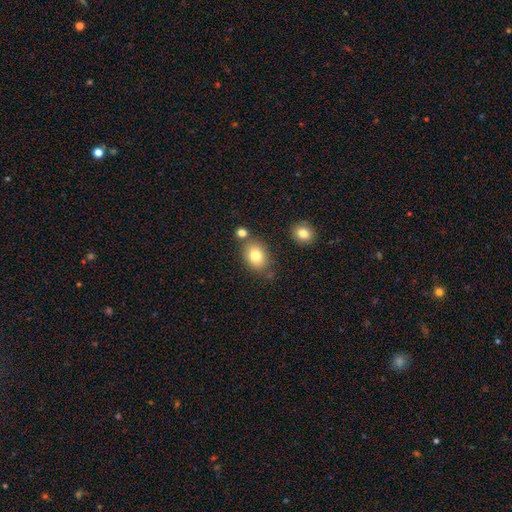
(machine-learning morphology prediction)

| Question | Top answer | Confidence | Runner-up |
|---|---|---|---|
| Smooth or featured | smooth | 80% | featured or disk (11%) |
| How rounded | in between | 67% | round (32%) |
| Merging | none | 72% | minor disturbance (13%) |